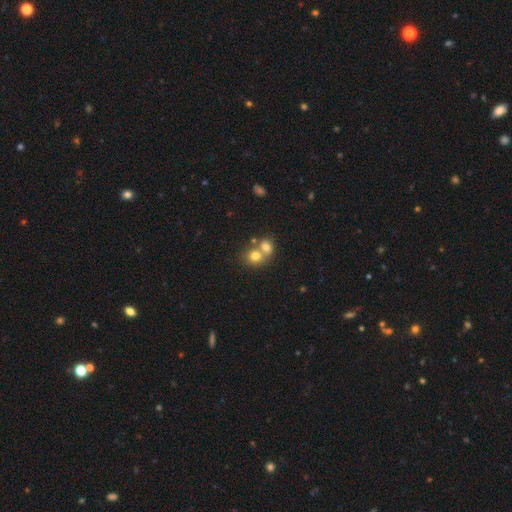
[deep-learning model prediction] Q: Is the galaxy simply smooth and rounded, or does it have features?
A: smooth — 74%.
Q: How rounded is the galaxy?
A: round — 71%.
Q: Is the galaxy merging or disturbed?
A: merger — 62%.